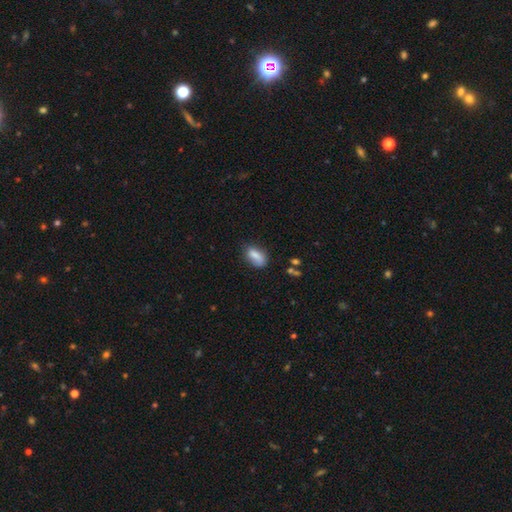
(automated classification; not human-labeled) Q: Smooth or featured?
A: smooth (81%); runner-up: featured or disk (11%)
Q: How rounded?
A: in between (87%); runner-up: round (7%)
Q: Merging?
A: none (62%); runner-up: minor disturbance (27%)